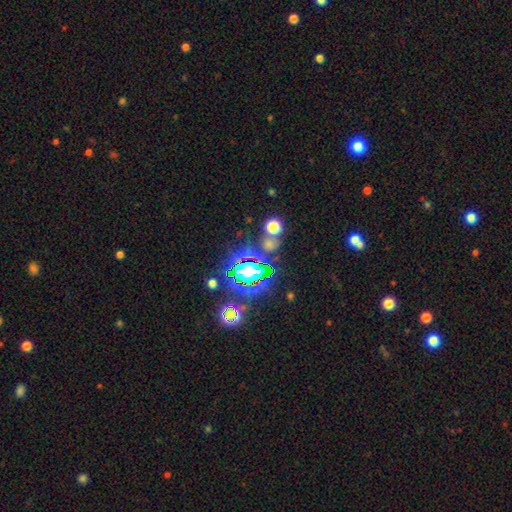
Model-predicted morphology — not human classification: Smooth or featured: star or artifact — 81% (smooth — 11%)